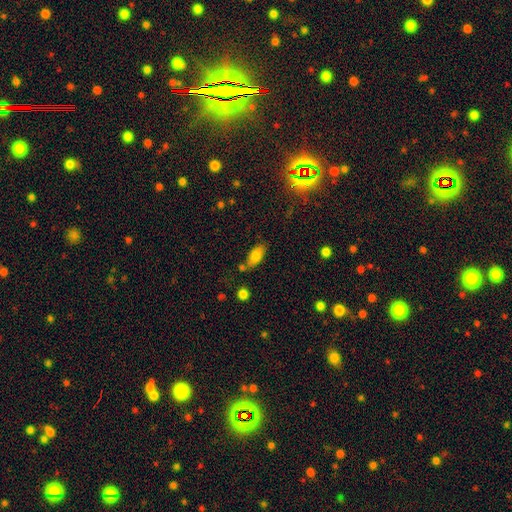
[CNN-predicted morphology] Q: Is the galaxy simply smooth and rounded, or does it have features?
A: smooth — 79%.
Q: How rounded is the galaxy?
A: in between — 84%.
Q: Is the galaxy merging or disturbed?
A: none — 64%.